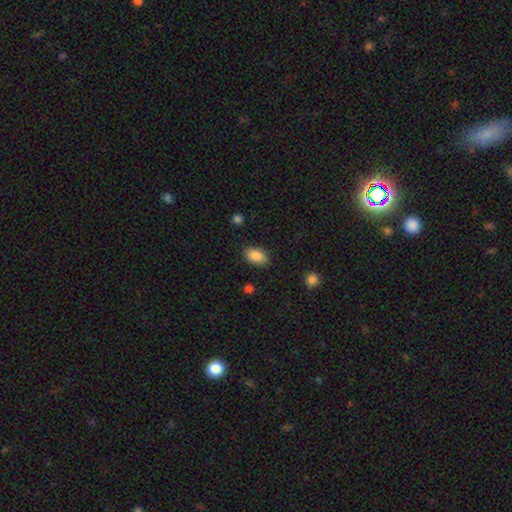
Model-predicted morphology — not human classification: Smooth or featured? Predicted: smooth (p=0.87). How rounded? Predicted: in between (p=0.92). Merging? Predicted: none (p=0.87).